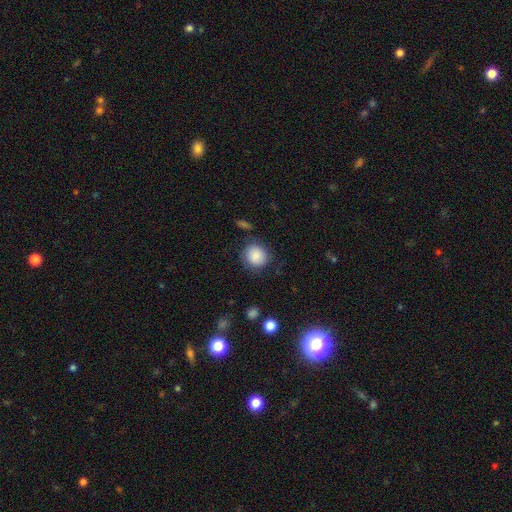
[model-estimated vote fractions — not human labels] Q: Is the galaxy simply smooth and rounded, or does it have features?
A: smooth — 86%.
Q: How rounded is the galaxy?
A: round — 86%.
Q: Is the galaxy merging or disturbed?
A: none — 77%.